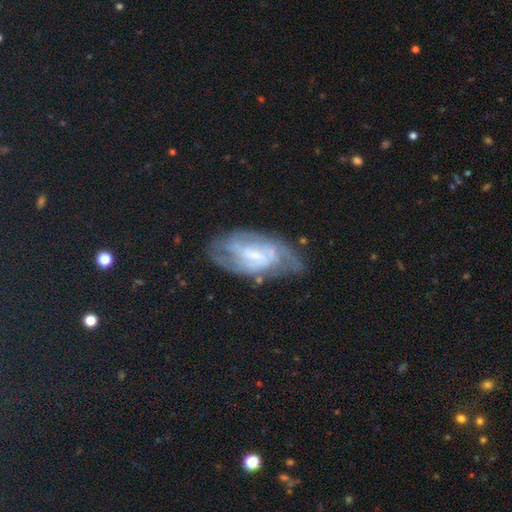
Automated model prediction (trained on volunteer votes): smooth-or-featured: featured or disk: 76% | smooth: 16% | star or artifact: 8%
  disk-edge-on: no: 94% | yes: 6%
    bar: weak: 48% | no: 30% | strong: 22%
    has-spiral-arms: yes: 82% | no: 18%
      spiral-winding: tight: 43% | medium: 41% | loose: 16%
      spiral-arm-count: can't tell: 41% | 2: 36% | 3: 11% | 4: 4% | 1: 4% | more than 4: 3%
    bulge-size: small: 53% | moderate: 25% | none: 17% | large: 4% | dominant: 1%
  merging: none: 57% | minor disturbance: 25% | major disturbance: 16% | merger: 3%